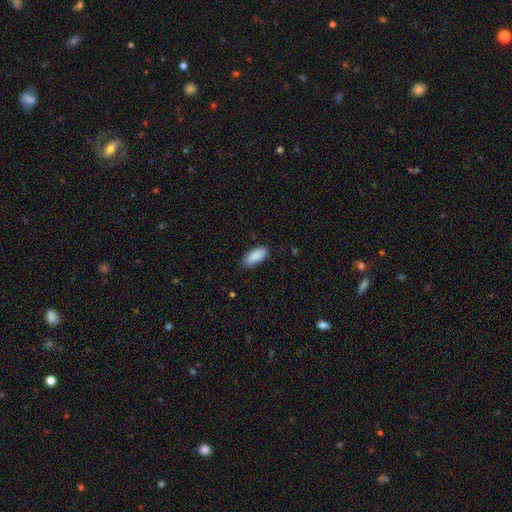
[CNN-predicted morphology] This is clearly a smooth galaxy (90%). How rounded: clearly in between (88%). Merging: clearly none (80%).